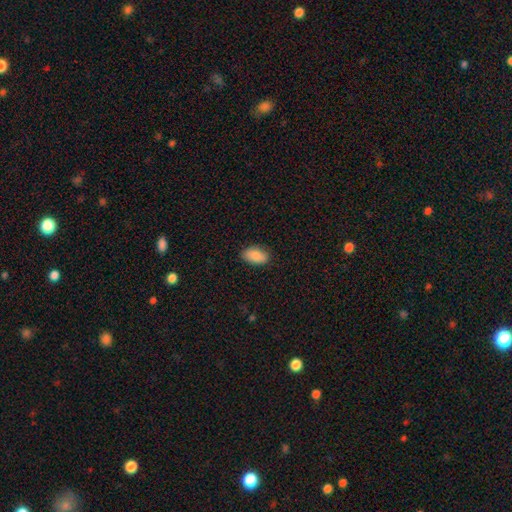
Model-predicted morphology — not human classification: Smooth or featured? smooth (87%)
How rounded? in between (93%)
Merging? none (85%)